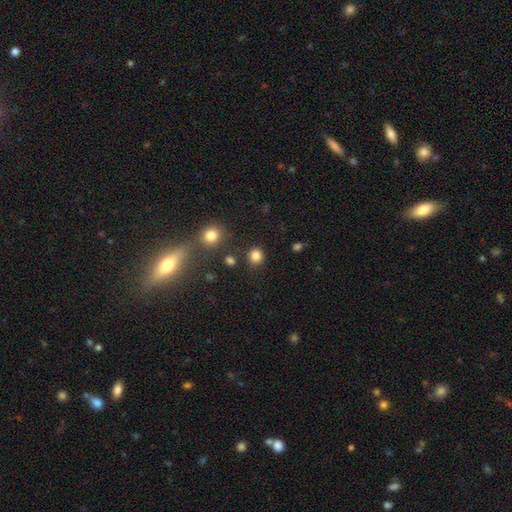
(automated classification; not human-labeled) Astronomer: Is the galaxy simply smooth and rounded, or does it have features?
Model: smooth — 83%.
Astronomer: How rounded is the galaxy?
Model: round — 86%.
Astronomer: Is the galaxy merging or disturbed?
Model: none — 86%.